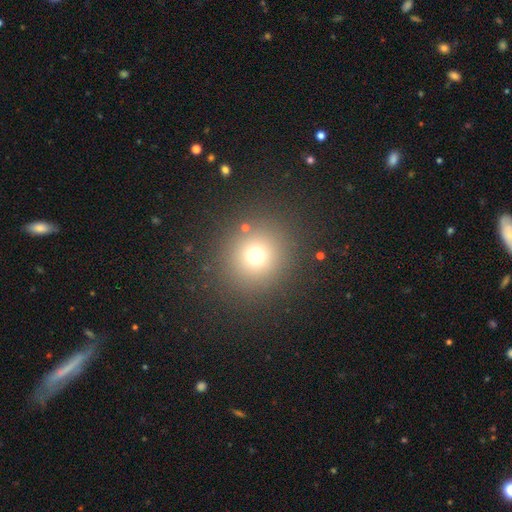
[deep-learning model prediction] This appears to be a smooth galaxy with no disk features (69%) that is round (91%). Merging: none (86%).